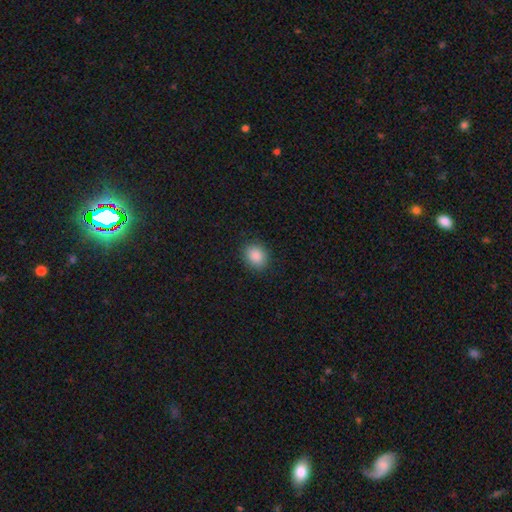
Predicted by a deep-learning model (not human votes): Smooth or featured? smooth (89%)
How rounded? round (58%)
Merging? none (89%)